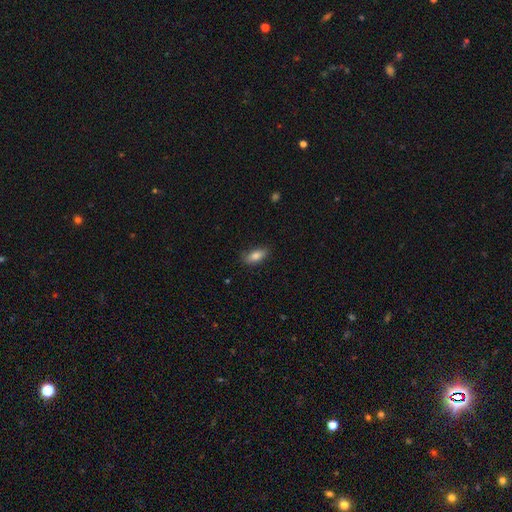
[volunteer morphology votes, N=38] Smooth or featured: smooth — 84% (featured or disk — 11%)
How rounded: in between — 94% (cigar-shaped — 6%)
Merging: none — 83% (minor disturbance — 17%)